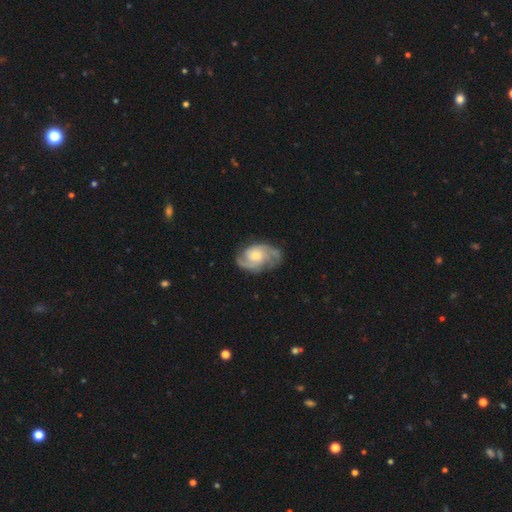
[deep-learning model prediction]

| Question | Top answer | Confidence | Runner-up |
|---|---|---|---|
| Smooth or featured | featured or disk | 85% | smooth (10%) |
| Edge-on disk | no | 97% | yes (3%) |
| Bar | no | 68% | weak (28%) |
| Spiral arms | yes | 96% | no (4%) |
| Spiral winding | medium | 48% | tight (35%) |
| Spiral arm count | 2 | 64% | 3 (16%) |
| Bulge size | moderate | 48% | small (40%) |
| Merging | none | 72% | minor disturbance (18%) |